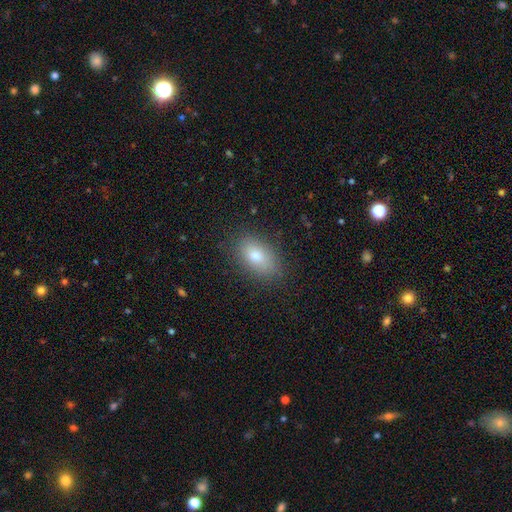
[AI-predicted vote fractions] A smooth galaxy with no disk features (77%) that is in between round and cigar-shaped (88%). Merging: none (85%).